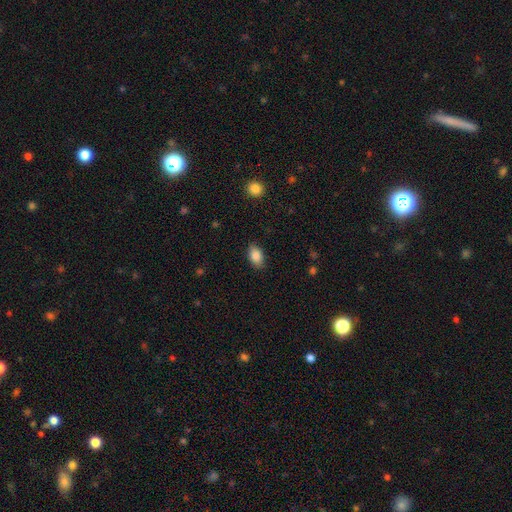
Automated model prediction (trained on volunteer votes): Smooth or featured: smooth — 87% (star or artifact — 7%)
How rounded: in between — 91% (round — 7%)
Merging: none — 87% (minor disturbance — 10%)